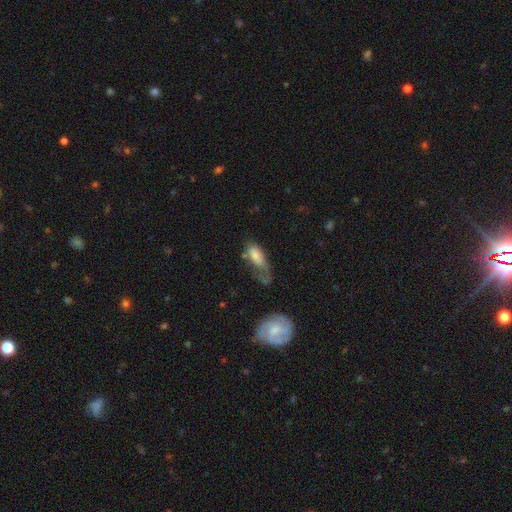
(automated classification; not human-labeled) A smooth galaxy with no disk features (72%) that is in between round and cigar-shaped (80%).

Vote fractions:
- Smooth or featured? smooth: 72% / featured or disk: 20% / star or artifact: 8%
- How rounded? in between: 80% / cigar-shaped: 17% / round: 3%
- Merging? major disturbance: 35% / none: 26% / minor disturbance: 26% / merger: 12%